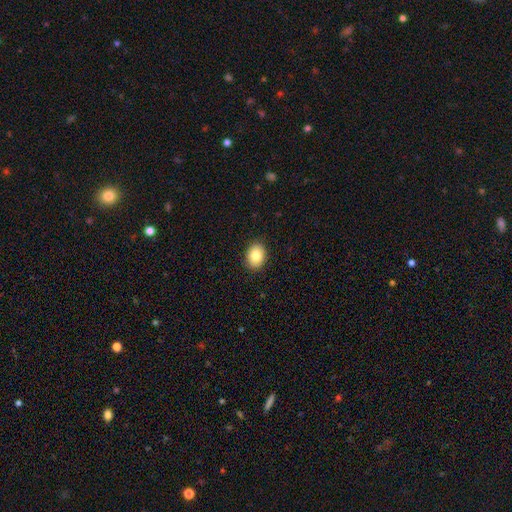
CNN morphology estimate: type=smooth (83%); roundness=in between (69%); merging=none (90%).